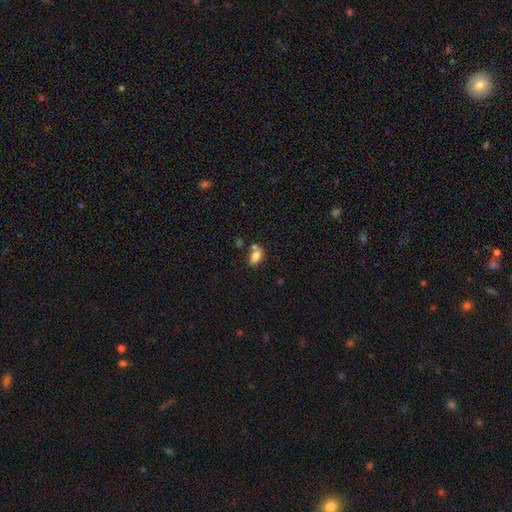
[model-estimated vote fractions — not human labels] Smooth or featured? Predicted: smooth (p=0.77). How rounded? Predicted: in between (p=0.86). Merging? Predicted: none (p=0.54).